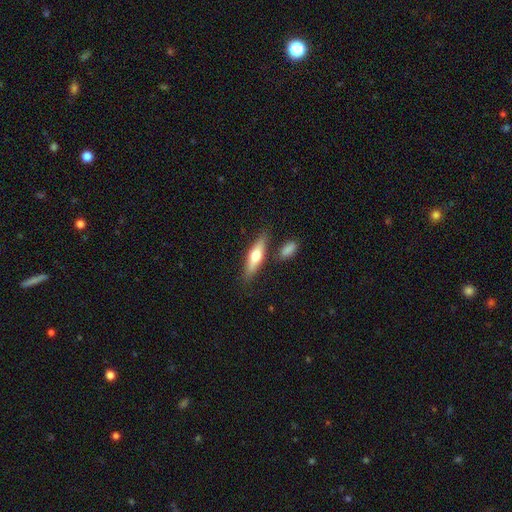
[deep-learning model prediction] Smooth or featured: smooth — 57% (featured or disk — 37%)
How rounded: cigar-shaped — 63% (in between — 35%)
Merging: none — 77% (minor disturbance — 12%)